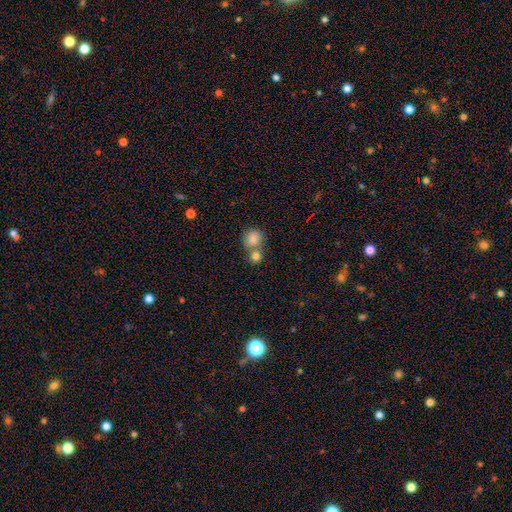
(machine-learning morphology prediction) Overall: smooth (82%). How rounded: round (84%). Merging: none (46%; merger 44%).